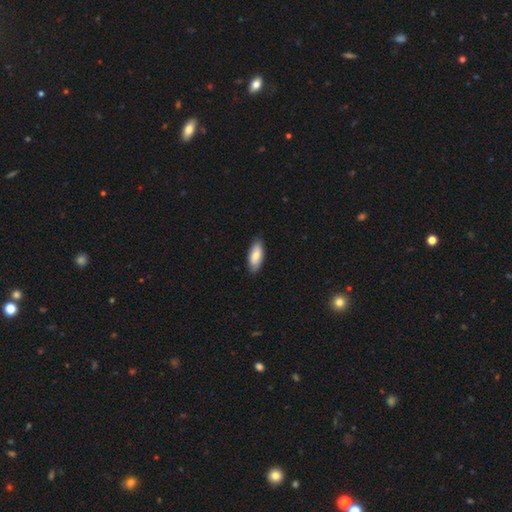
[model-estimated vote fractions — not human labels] A smooth galaxy with no disk features (82%) that is in between round and cigar-shaped (84%). Merging: none (86%).